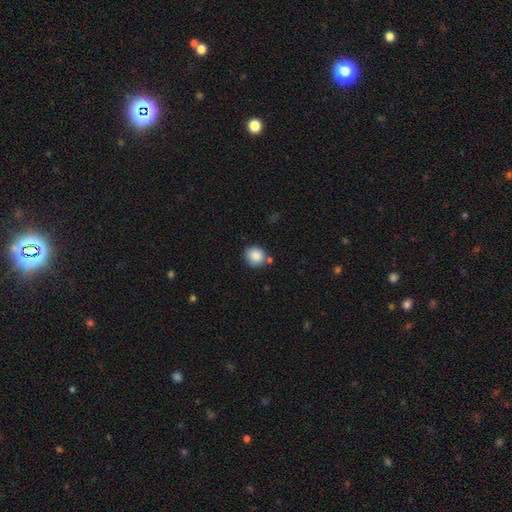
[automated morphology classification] A smooth galaxy with no disk features (87%) that is round (91%). Merging: none (77%).